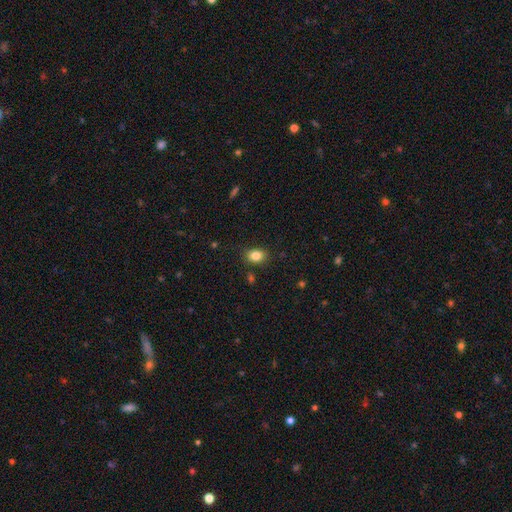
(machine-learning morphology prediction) smooth 84%, star or artifact 10%, featured or disk 6%. Down the decision tree: how rounded — in between (74%); merging — none (84%).